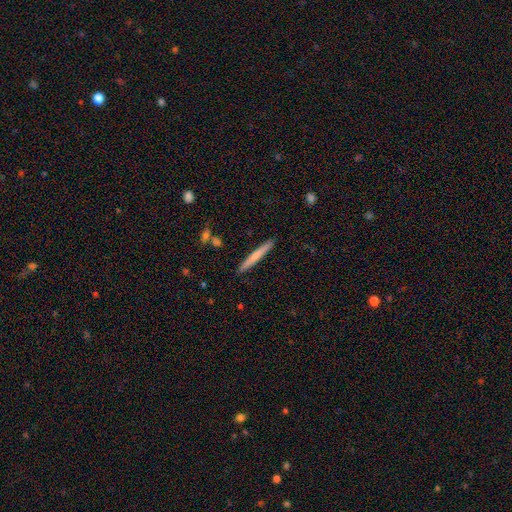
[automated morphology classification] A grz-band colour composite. It shows a smooth galaxy with no disk features (62%) that is cigar-shaped (96%). Merging: none (90%).